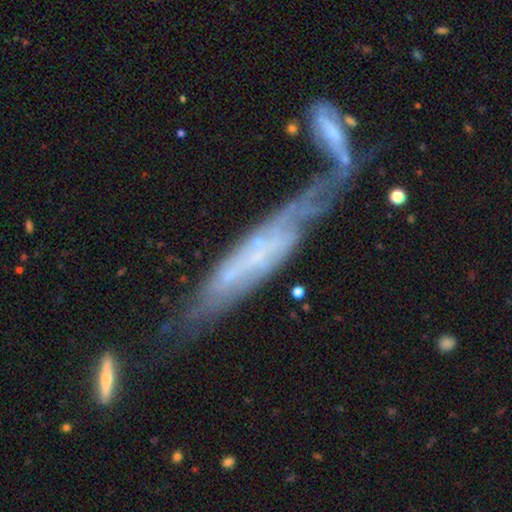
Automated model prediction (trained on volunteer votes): A featured or disk galaxy (68%). Merging: merger (35%).